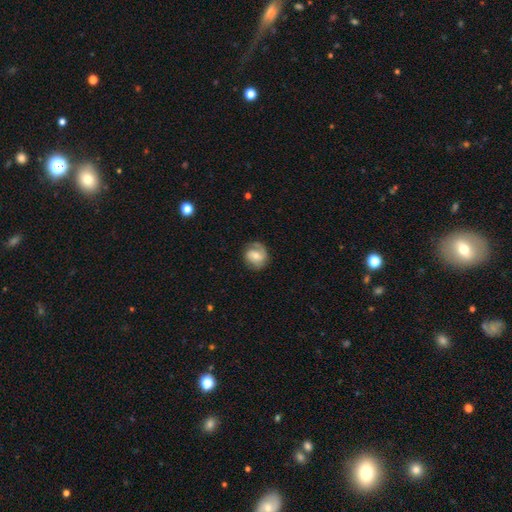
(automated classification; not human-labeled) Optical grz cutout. It shows a featured or disk galaxy (65%) with a weak bar (45%), 2 (67%) medium (42%) spiral arms (89%) and a moderate central bulge (54%). Merging: none (73%).